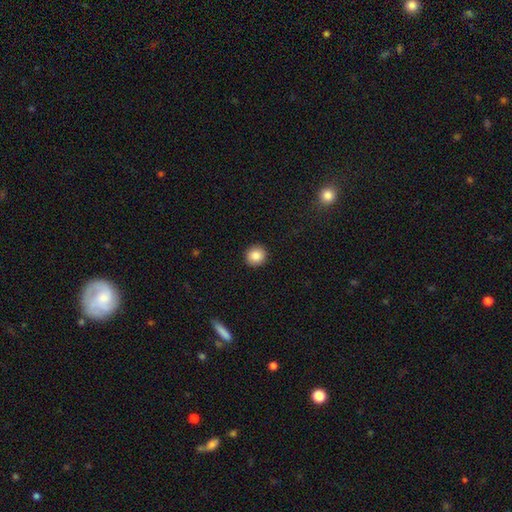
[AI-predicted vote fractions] smooth-or-featured: smooth: 87% | star or artifact: 9% | featured or disk: 5%
  how-rounded: round: 91% | in between: 8% | cigar-shaped: 1%
  merging: none: 92% | minor disturbance: 5% | major disturbance: 2% | merger: 1%